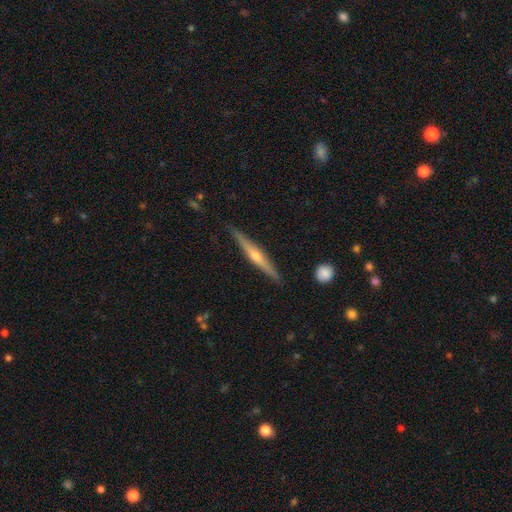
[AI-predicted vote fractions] Smooth or featured?
  - featured or disk: 72% *
  - smooth: 23%
  - star or artifact: 6%
Edge-on disk?
  - yes: 98% *
  - no: 2%
Edge-on bulge?
  - rounded: 83% *
  - none: 11%
  - boxy: 6%
Merging?
  - none: 89% *
  - minor disturbance: 8%
  - major disturbance: 2%
  - merger: 1%